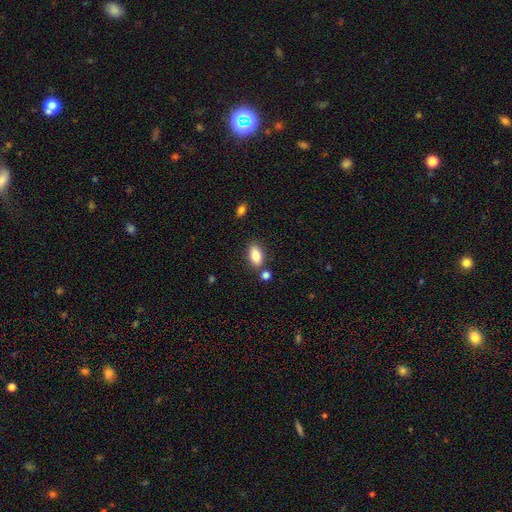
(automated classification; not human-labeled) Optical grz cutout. It shows a smooth galaxy with no disk features (84%) that is in between round and cigar-shaped (90%). Merging: none (77%).